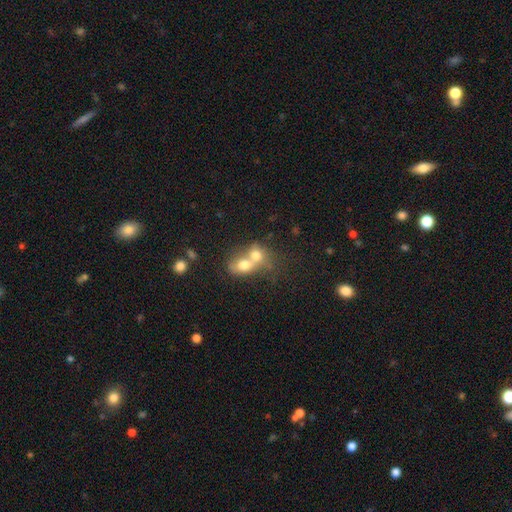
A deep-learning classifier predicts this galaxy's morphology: This appears to be a smooth galaxy with no disk features (69%) that is round (54%). Merging: merger (78%).